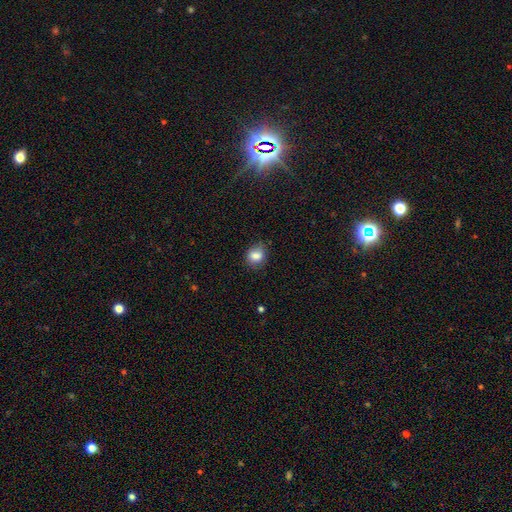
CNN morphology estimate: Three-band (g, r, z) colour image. It shows a smooth galaxy with no disk features (84%) that is round (55%). Merging: none (74%).